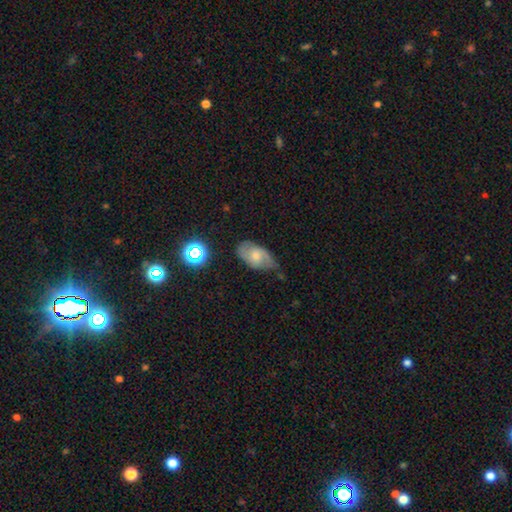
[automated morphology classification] Smooth or featured? Predicted: featured or disk (p=0.47). Merging? Predicted: none (p=0.57).